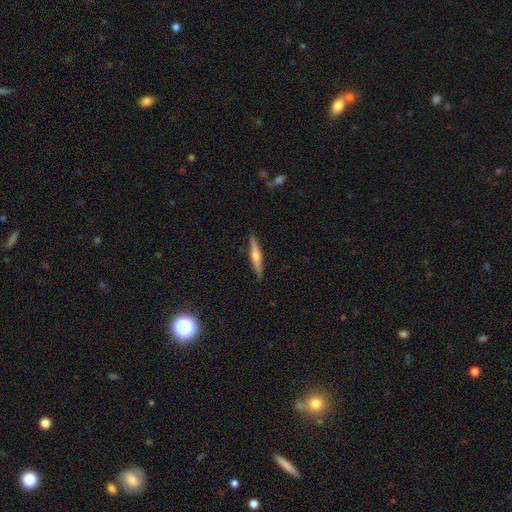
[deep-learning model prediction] A featured or disk galaxy (54%) viewed edge-on (95%) with a rounded central bulge (84%).

Vote fractions:
- Smooth or featured? featured or disk: 54% / smooth: 40% / star or artifact: 7%
- Edge-on disk? yes: 95% / no: 5%
- Edge-on bulge? rounded: 84% / none: 10% / boxy: 6%
- Merging? none: 90% / minor disturbance: 8% / major disturbance: 2% / merger: 1%